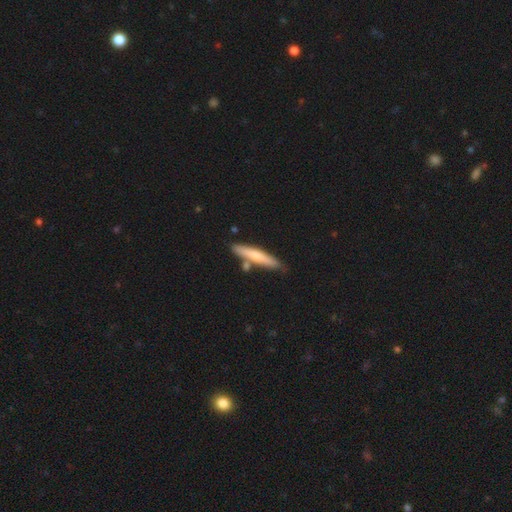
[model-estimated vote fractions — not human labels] Smooth or featured?
  - smooth: 61% *
  - featured or disk: 33%
  - star or artifact: 5%
How rounded?
  - cigar-shaped: 91% *
  - in between: 7%
  - round: 1%
Merging?
  - none: 77% *
  - minor disturbance: 12%
  - merger: 9%
  - major disturbance: 2%